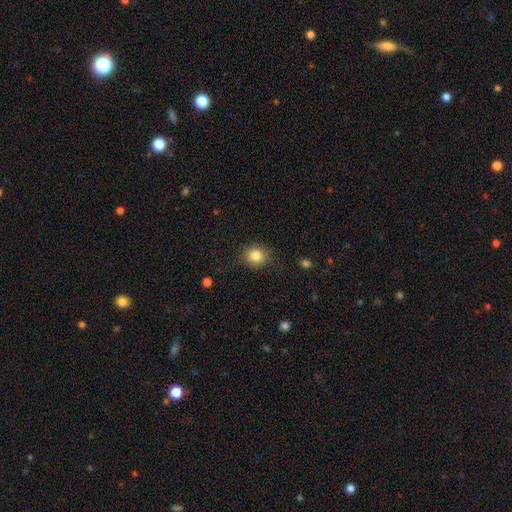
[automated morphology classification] This is clearly a smooth galaxy (84%). How rounded: clearly round (82%). Merging: clearly none (82%).